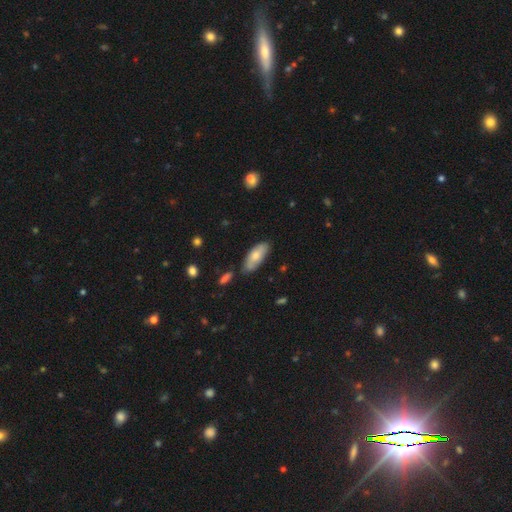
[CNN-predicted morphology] Smooth or featured? smooth (70%)
How rounded? in between (80%)
Merging? none (72%)